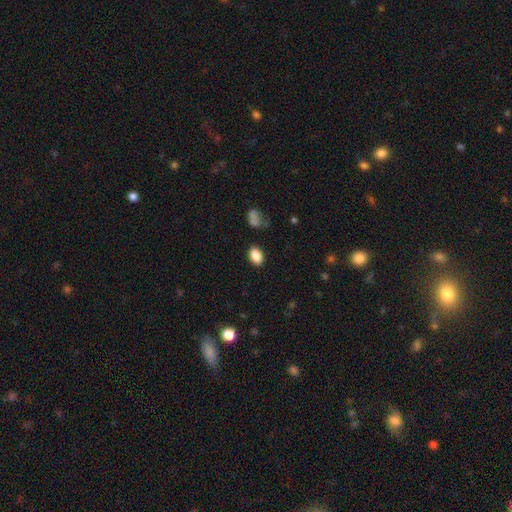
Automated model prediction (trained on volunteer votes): smooth-or-featured: smooth: 87% | star or artifact: 8% | featured or disk: 4%
  how-rounded: in between: 88% | round: 10% | cigar-shaped: 1%
  merging: none: 86% | minor disturbance: 10% | major disturbance: 3% | merger: 2%